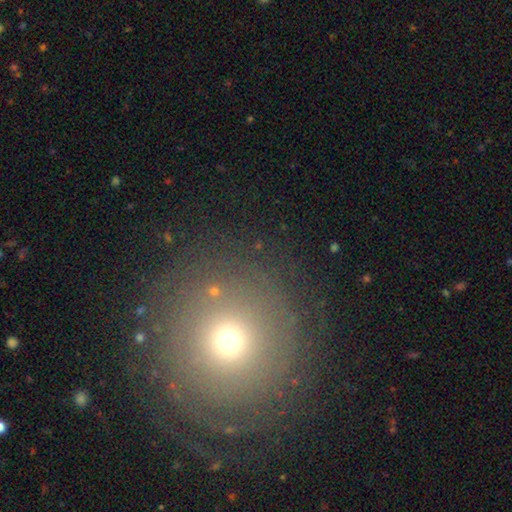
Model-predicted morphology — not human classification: smooth-or-featured: smooth: 54% | featured or disk: 26% | star or artifact: 21%
  how-rounded: round: 93% | in between: 6% | cigar-shaped: 1%
  merging: none: 85% | minor disturbance: 8% | major disturbance: 4% | merger: 2%